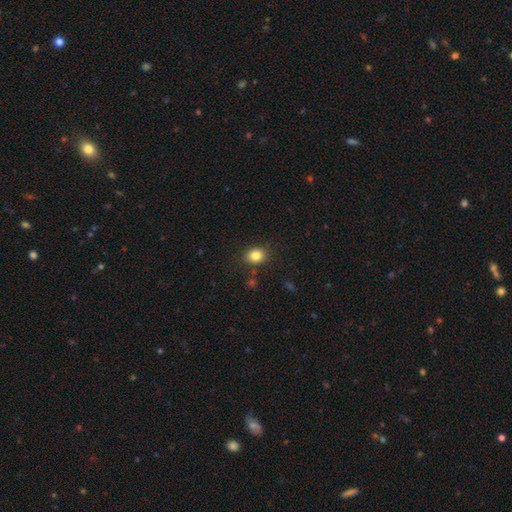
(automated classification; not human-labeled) A smooth galaxy with no disk features (84%) that is round (56%). Merging: none (86%).